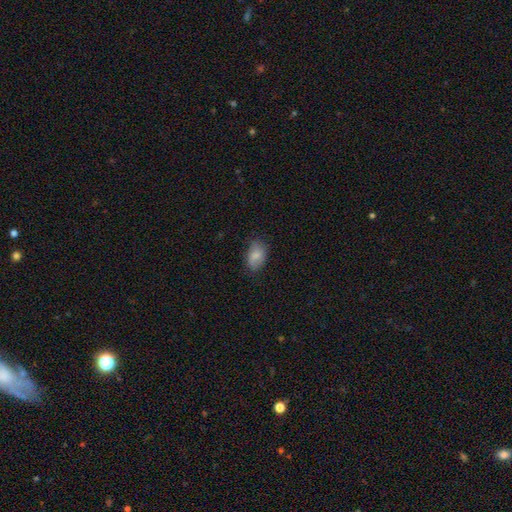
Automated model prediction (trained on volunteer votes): This is likely a smooth galaxy (78%). How rounded: clearly in between (87%). Merging: likely none (74%).